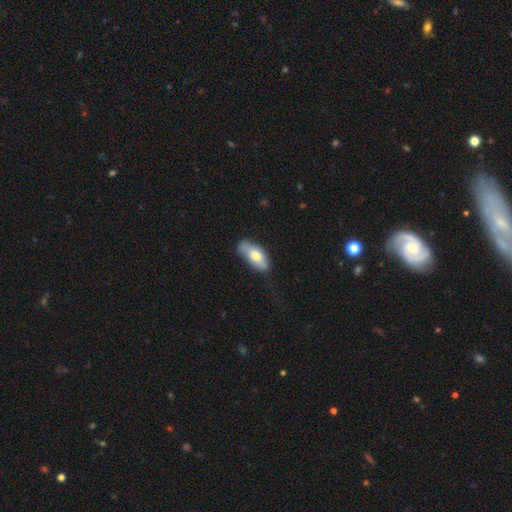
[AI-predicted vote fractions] The model was most divided on "merging": none: 64%, minor disturbance: 27%, major disturbance: 6%, merger: 2%. More confident: how rounded — in between (88%); smooth or featured — smooth (69%).